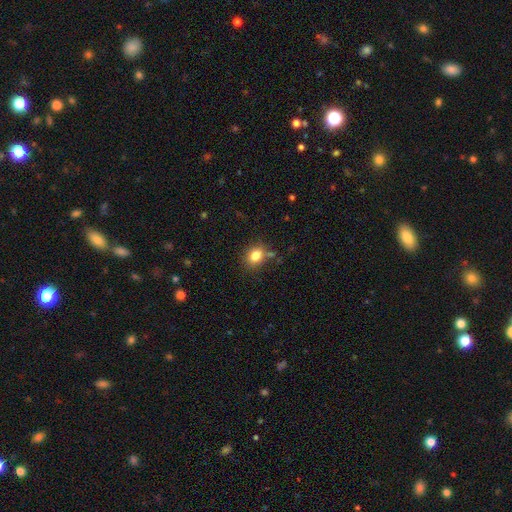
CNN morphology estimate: smooth-or-featured: smooth: 81% | star or artifact: 11% | featured or disk: 7%
  how-rounded: round: 58% | in between: 41% | cigar-shaped: 1%
  merging: none: 78% | minor disturbance: 13% | merger: 5% | major disturbance: 4%